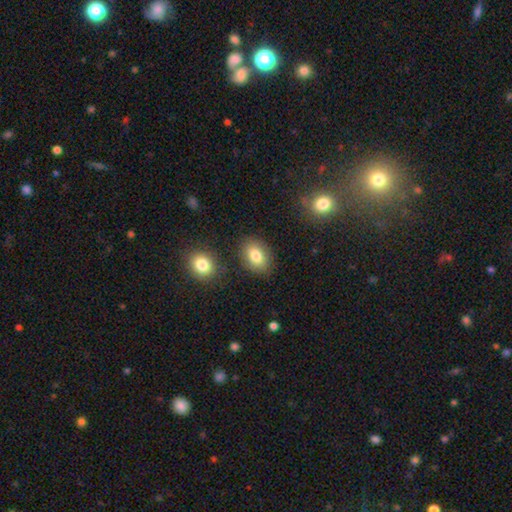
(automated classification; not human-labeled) This is clearly a smooth galaxy (82%). How rounded: likely in between (79%). Merging: clearly none (82%).